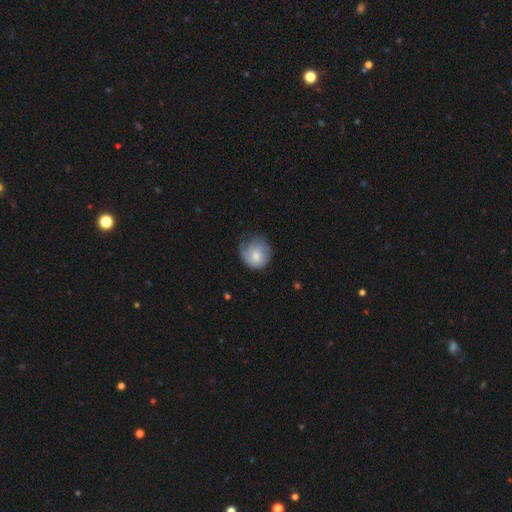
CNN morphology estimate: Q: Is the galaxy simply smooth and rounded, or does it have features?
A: smooth — 68%.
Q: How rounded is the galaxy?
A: round — 85%.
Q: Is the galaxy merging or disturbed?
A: none — 48%.